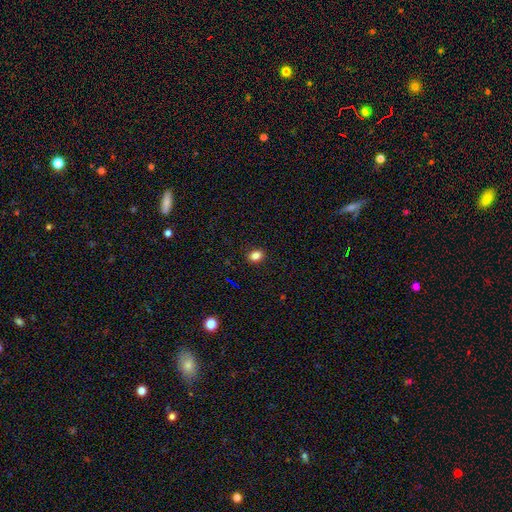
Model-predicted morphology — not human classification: This appears to be a smooth galaxy with no disk features (83%) that is in between round and cigar-shaped (61%). Merging: none (89%).